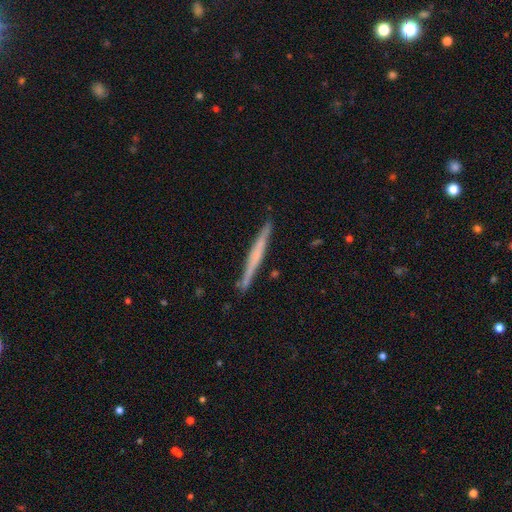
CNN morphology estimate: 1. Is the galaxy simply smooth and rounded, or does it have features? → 55% featured or disk, 38% smooth, 6% star or artifact.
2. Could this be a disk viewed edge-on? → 97% yes, 3% no.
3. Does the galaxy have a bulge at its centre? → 72% none, 18% rounded, 10% boxy.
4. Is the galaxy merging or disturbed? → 88% none, 9% minor disturbance, 2% major disturbance, 2% merger.